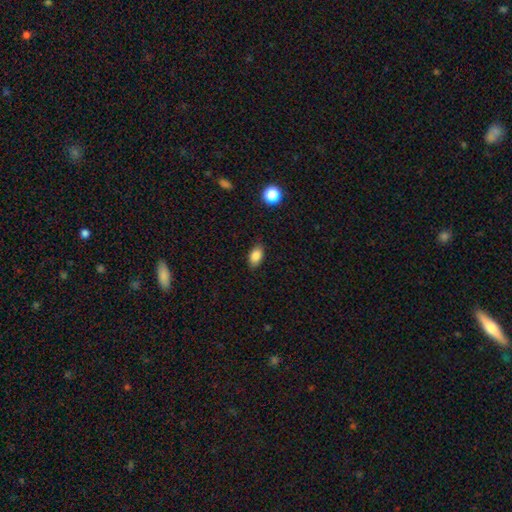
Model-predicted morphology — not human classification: smooth_or_featured: smooth (p=0.84) [alt: star or artifact p=0.09]
how_rounded: in between (p=0.88) [alt: round p=0.09]
merging: none (p=0.87) [alt: minor disturbance p=0.10]